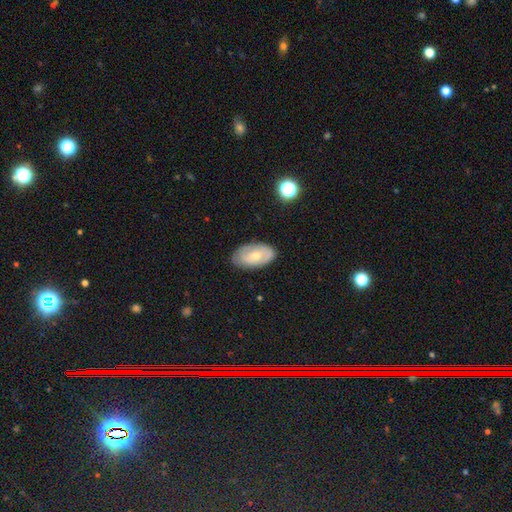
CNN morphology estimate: Q: Smooth or featured?
A: smooth (52%); runner-up: featured or disk (41%)
Q: How rounded?
A: in between (93%); runner-up: round (5%)
Q: Merging?
A: none (78%); runner-up: minor disturbance (17%)